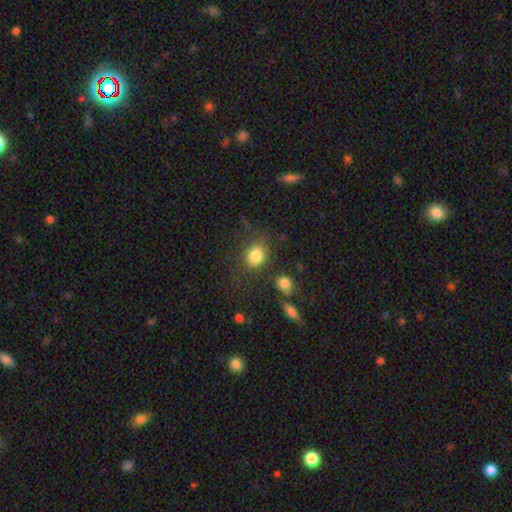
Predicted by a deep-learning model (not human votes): A smooth galaxy with no disk features (83%) that is in between round and cigar-shaped (50%). Merging: none (69%).